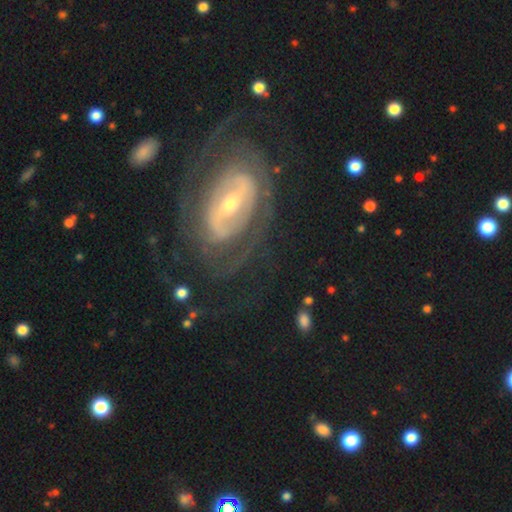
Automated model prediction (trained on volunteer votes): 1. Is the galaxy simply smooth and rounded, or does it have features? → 82% featured or disk, 11% smooth, 7% star or artifact.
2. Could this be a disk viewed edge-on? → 93% no, 7% yes.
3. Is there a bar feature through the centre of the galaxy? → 40% strong, 33% weak, 27% no.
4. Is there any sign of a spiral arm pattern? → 77% yes, 23% no.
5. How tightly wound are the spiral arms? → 55% tight, 31% medium, 15% loose.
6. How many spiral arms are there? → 41% 2, 38% can't tell, 7% 3, 5% 1, 5% 4, 4% more than 4.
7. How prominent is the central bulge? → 49% small, 44% moderate, 4% large, 1% dominant, 1% none.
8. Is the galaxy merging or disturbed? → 69% none, 15% major disturbance, 14% minor disturbance, 2% merger.